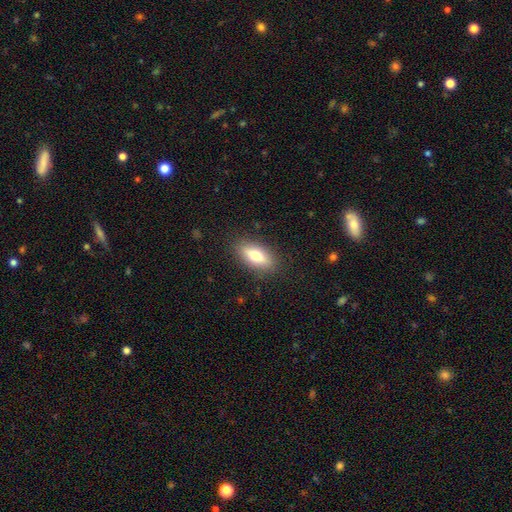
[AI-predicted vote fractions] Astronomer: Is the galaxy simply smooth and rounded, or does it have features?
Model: smooth — 68%.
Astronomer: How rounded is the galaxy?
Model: in between — 77%.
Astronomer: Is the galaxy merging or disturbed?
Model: none — 86%.